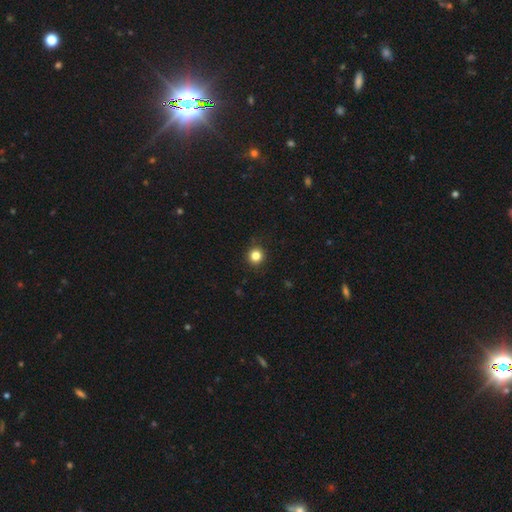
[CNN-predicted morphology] type=smooth (83%); roundness=round (94%); merging=none (91%).